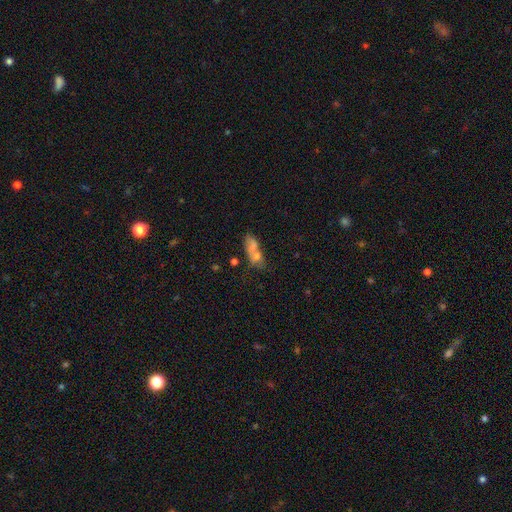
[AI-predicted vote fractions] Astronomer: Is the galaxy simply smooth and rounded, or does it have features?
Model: smooth — 63%.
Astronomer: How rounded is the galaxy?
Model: in between — 71%.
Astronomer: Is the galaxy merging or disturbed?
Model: merger — 50%.